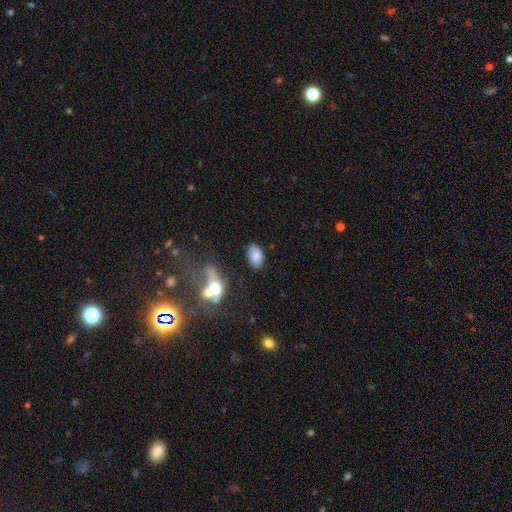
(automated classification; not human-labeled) smooth_or_featured: smooth (p=0.79) [alt: featured or disk p=0.11]
how_rounded: in between (p=0.90) [alt: round p=0.08]
merging: none (p=0.79) [alt: minor disturbance p=0.13]